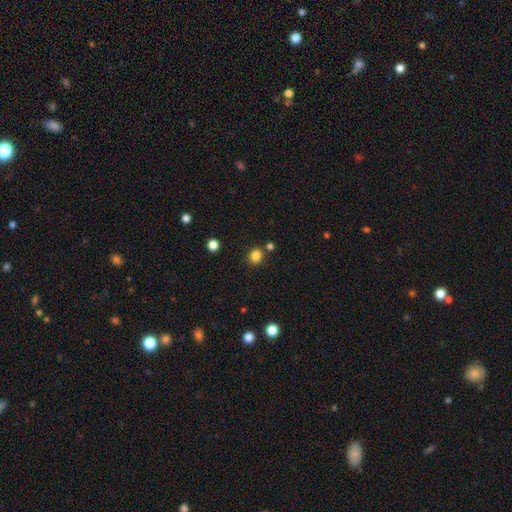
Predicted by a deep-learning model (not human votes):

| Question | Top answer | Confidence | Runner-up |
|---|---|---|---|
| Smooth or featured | smooth | 83% | star or artifact (13%) |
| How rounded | round | 74% | in between (26%) |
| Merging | none | 83% | minor disturbance (8%) |